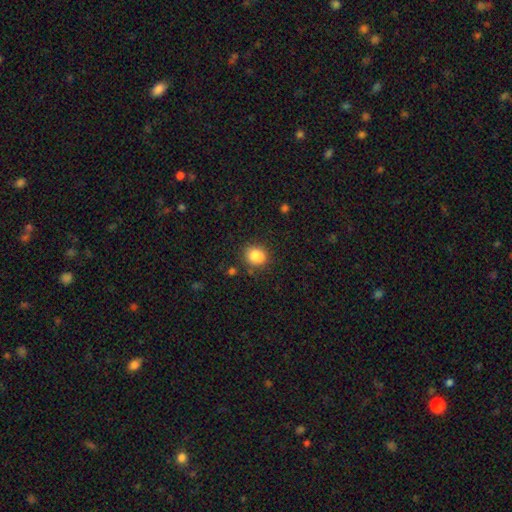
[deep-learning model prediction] The model was most divided on "how rounded": round: 65%, in between: 34%, cigar-shaped: 1%. More confident: smooth or featured — smooth (83%); merging — none (72%).